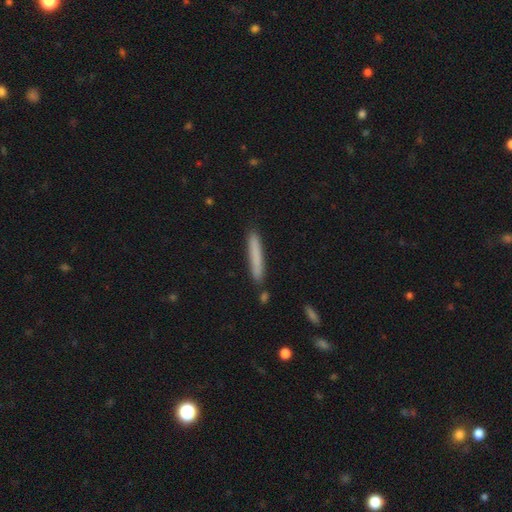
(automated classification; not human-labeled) Smooth or featured? smooth (77%)
How rounded? cigar-shaped (95%)
Merging? none (86%)